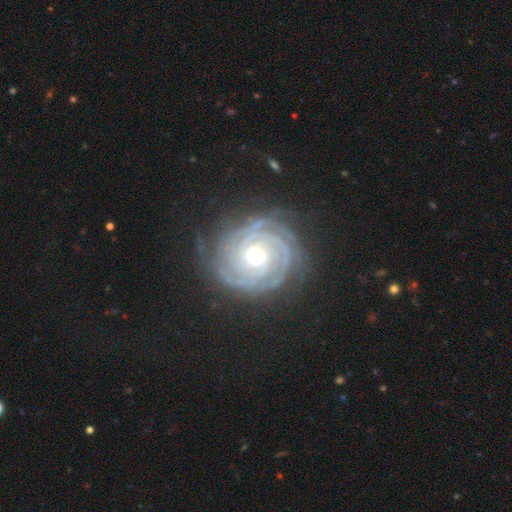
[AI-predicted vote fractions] A featured or disk galaxy (90%) with no bar (69%), 3 (22%) tight (88%) spiral arms (99%) and a moderate central bulge (65%).

Vote fractions:
- Smooth or featured? featured or disk: 90% / star or artifact: 6% / smooth: 4%
- Edge-on disk? no: 97% / yes: 3%
- Bar? no: 69% / weak: 20% / strong: 11%
- Spiral arms? yes: 99% / no: 1%
- Spiral winding? tight: 88% / medium: 10% / loose: 2%
- Spiral arm count? 3: 22% / 4: 20% / can't tell: 19% / more than 4: 15% / 2: 14% / 1: 9%
- Bulge size? moderate: 65% / small: 30% / large: 3% / dominant: 1% / none: 1%
- Merging? none: 81% / minor disturbance: 13% / major disturbance: 5% / merger: 1%